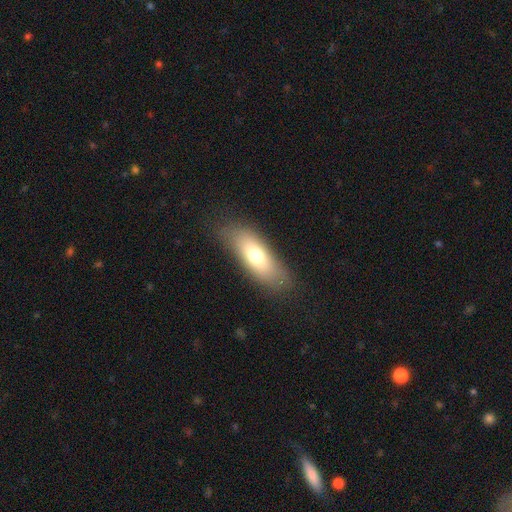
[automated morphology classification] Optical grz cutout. It shows a smooth galaxy with no disk features (70%) that is in between round and cigar-shaped (70%). Merging: none (81%).